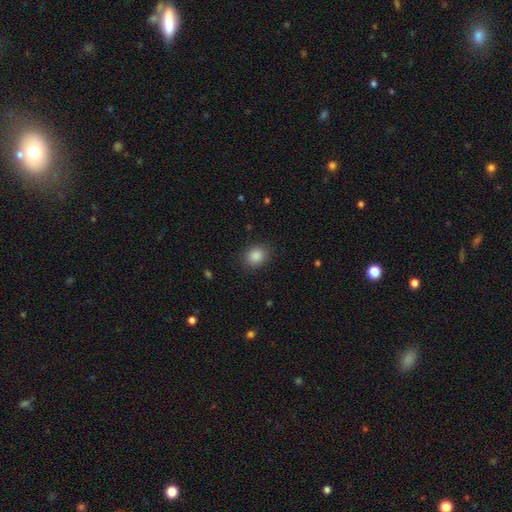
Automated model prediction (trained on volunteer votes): Morphology: type=smooth (87%); roundness=round (54%); merging=none (86%).